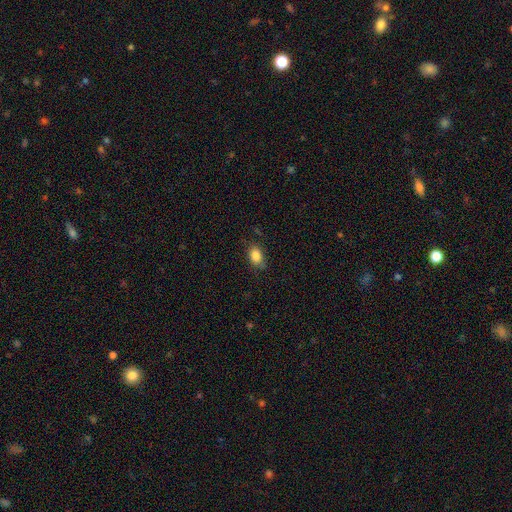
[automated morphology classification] smooth-or-featured: smooth: 85% | star or artifact: 9% | featured or disk: 7%
  how-rounded: in between: 83% | round: 15% | cigar-shaped: 2%
  merging: none: 78% | minor disturbance: 17% | major disturbance: 4% | merger: 1%